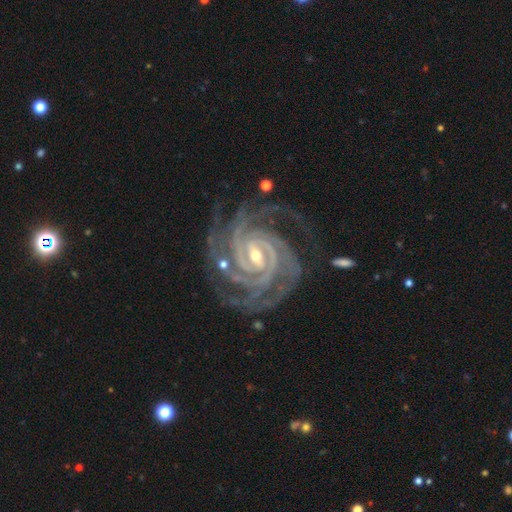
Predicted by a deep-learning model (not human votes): A featured or disk galaxy (94%) with a weak bar (43%), 4 (34%) tight (82%) spiral arms (99%) and a small central bulge (57%). Merging: none (75%).